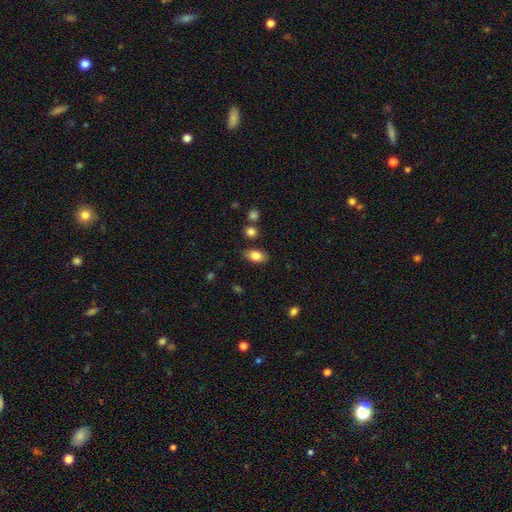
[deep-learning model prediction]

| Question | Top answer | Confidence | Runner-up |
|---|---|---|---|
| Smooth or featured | smooth | 83% | featured or disk (9%) |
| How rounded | in between | 88% | round (9%) |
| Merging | none | 81% | minor disturbance (12%) |